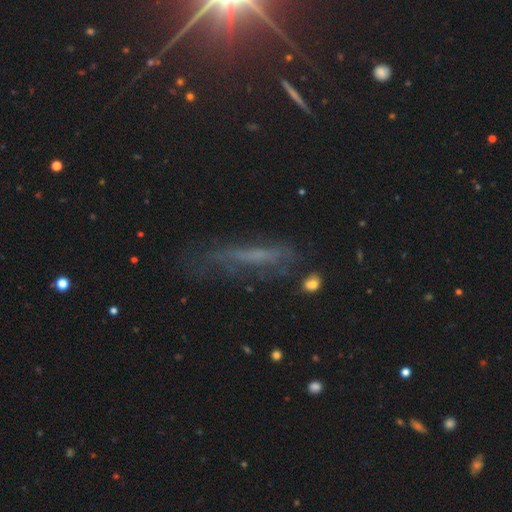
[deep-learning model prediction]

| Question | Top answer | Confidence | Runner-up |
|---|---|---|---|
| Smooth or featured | featured or disk | 41% | smooth (38%) |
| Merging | none | 58% | minor disturbance (24%) |